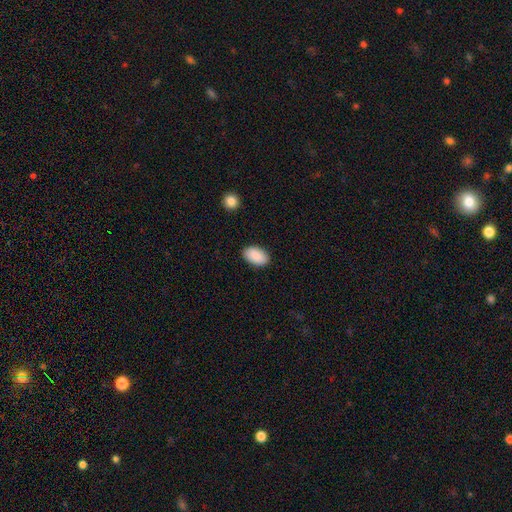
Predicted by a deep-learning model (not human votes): The model was most divided on "merging": none: 88%, minor disturbance: 9%, major disturbance: 2%, merger: 1%. More confident: how rounded — in between (94%); smooth or featured — smooth (90%).